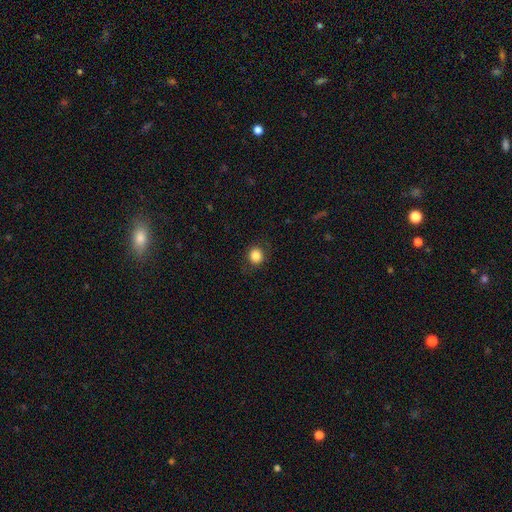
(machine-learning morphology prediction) Q: Smooth or featured?
A: smooth (85%); runner-up: star or artifact (10%)
Q: How rounded?
A: round (85%); runner-up: in between (14%)
Q: Merging?
A: none (86%); runner-up: minor disturbance (9%)